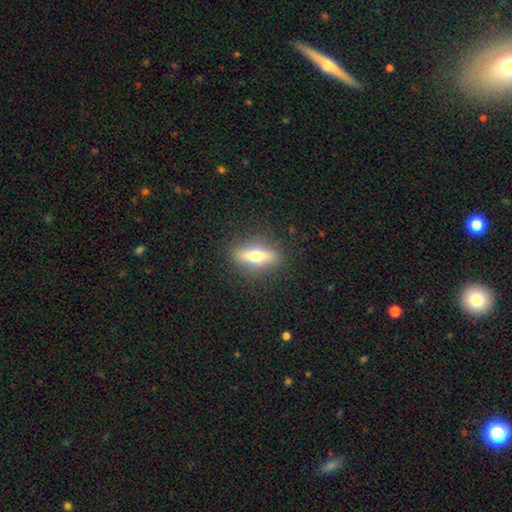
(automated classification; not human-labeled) Smooth or featured?
  - smooth: 48% *
  - featured or disk: 44%
  - star or artifact: 8%
Merging?
  - none: 87% *
  - minor disturbance: 9%
  - major disturbance: 3%
  - merger: 1%